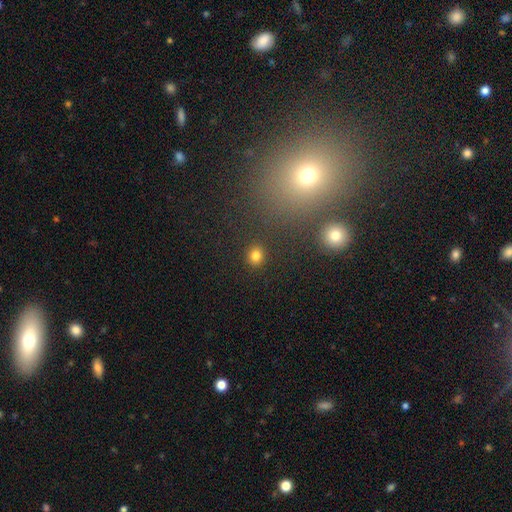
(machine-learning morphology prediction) Q: Smooth or featured?
A: smooth (81%); runner-up: star or artifact (14%)
Q: How rounded?
A: round (82%); runner-up: in between (17%)
Q: Merging?
A: none (90%); runner-up: minor disturbance (6%)